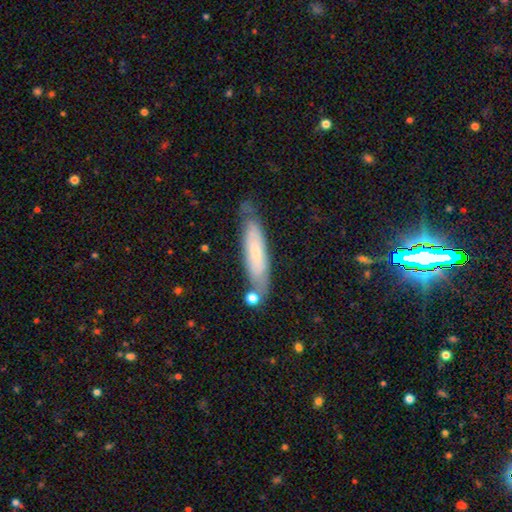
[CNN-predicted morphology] Overall: smooth (47%; featured or disk 41%). Merging: none (75%).